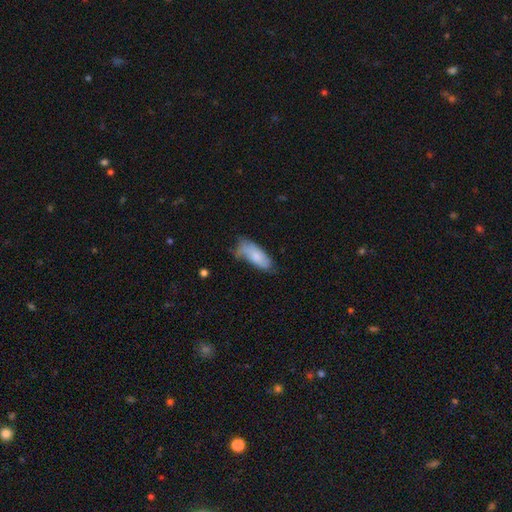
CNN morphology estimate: smooth_or_featured: smooth (p=0.77) [alt: featured or disk p=0.17]
how_rounded: in between (p=0.78) [alt: cigar-shaped p=0.20]
merging: none (p=0.45) [alt: minor disturbance p=0.36]